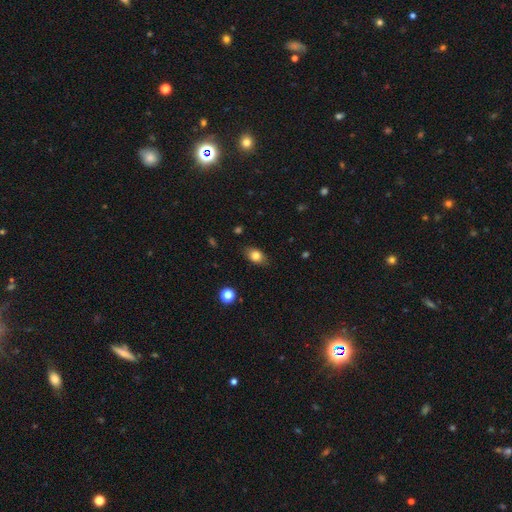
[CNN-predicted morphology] smooth-or-featured: smooth: 81% | featured or disk: 10% | star or artifact: 9%
  how-rounded: in between: 79% | round: 18% | cigar-shaped: 2%
  merging: none: 83% | minor disturbance: 13% | major disturbance: 3% | merger: 1%